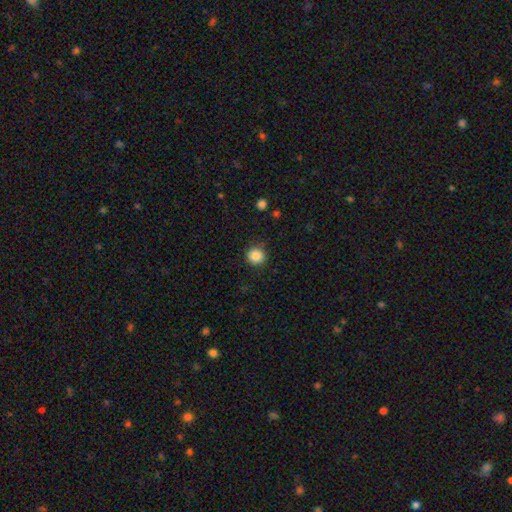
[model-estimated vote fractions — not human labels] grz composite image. It shows a smooth galaxy with no disk features (86%) that is round (93%). Merging: none (87%).